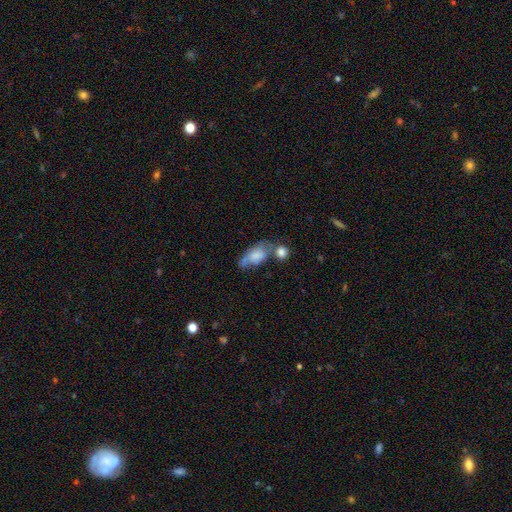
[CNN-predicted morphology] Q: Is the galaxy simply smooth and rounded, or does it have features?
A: smooth — 61%.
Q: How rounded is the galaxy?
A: in between — 86%.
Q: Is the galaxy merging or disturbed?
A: merger — 33%.